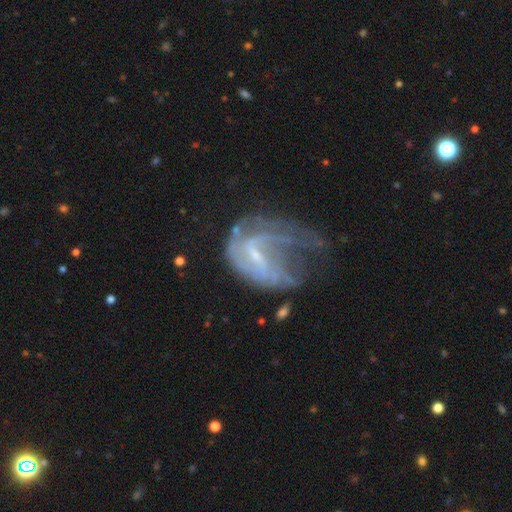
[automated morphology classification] A featured or disk galaxy (76%) with a weak bar (52%), loose (44%) spiral arms (74%) and a small central bulge (61%). Merging: major disturbance (55%).